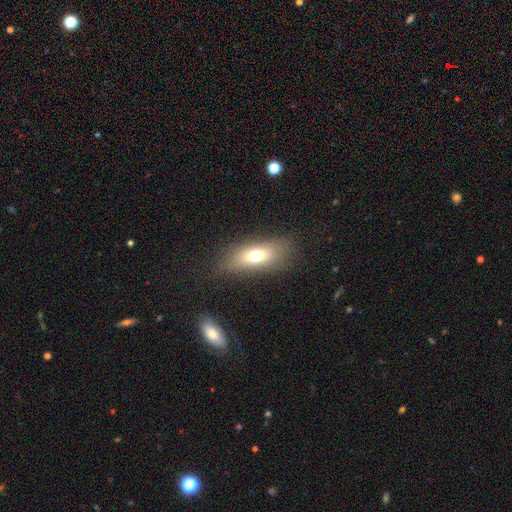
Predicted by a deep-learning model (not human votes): A smooth galaxy with no disk features (68%) that is in between round and cigar-shaped (73%). Merging: none (79%).